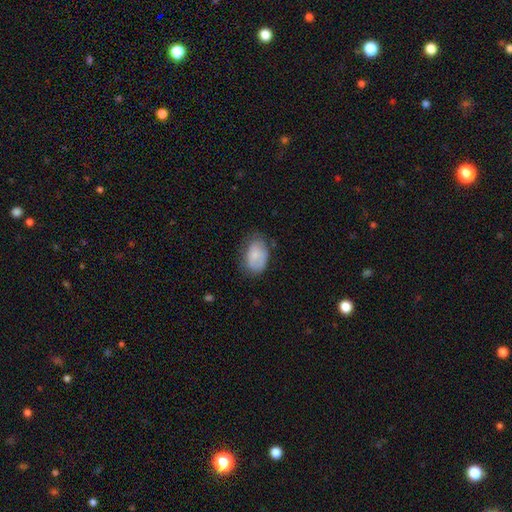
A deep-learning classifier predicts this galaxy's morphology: A smooth galaxy with no disk features (75%) that is in between round and cigar-shaped (86%).

Vote fractions:
- Smooth or featured? smooth: 75% / featured or disk: 19% / star or artifact: 7%
- How rounded? in between: 86% / round: 13% / cigar-shaped: 1%
- Merging? none: 59% / minor disturbance: 29% / major disturbance: 10% / merger: 2%